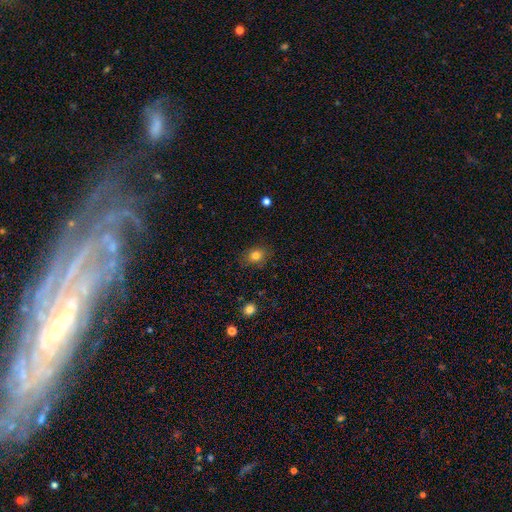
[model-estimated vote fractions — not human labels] A smooth galaxy with no disk features (81%) that is round (62%).

Vote fractions:
- Smooth or featured? smooth: 81% / star or artifact: 12% / featured or disk: 7%
- How rounded? round: 62% / in between: 37% / cigar-shaped: 1%
- Merging? none: 82% / minor disturbance: 13% / major disturbance: 3% / merger: 1%